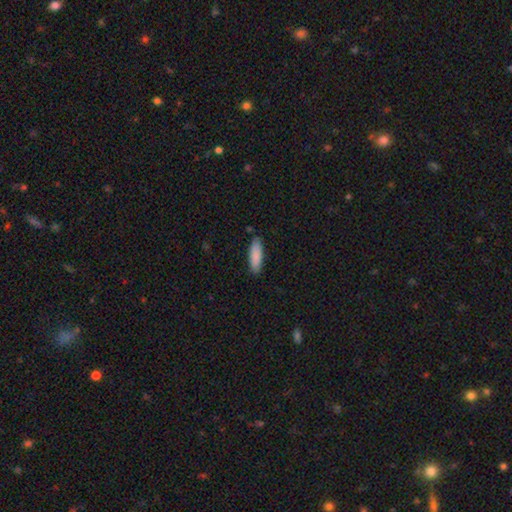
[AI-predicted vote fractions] This appears to be a smooth galaxy with no disk features (88%) that is cigar-shaped (51%). Merging: none (84%).